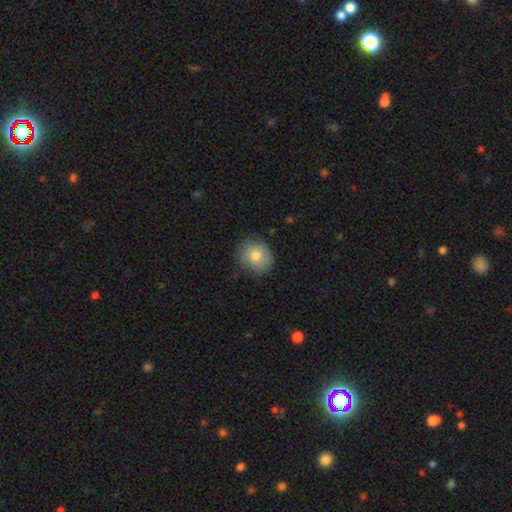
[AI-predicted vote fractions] Morphology: type=smooth (78%); roundness=round (81%); merging=none (76%).